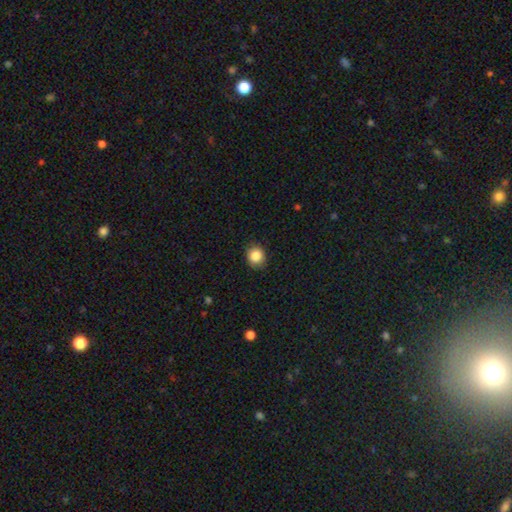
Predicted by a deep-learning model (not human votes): A smooth galaxy with no disk features (86%) that is round (71%). Merging: none (86%).